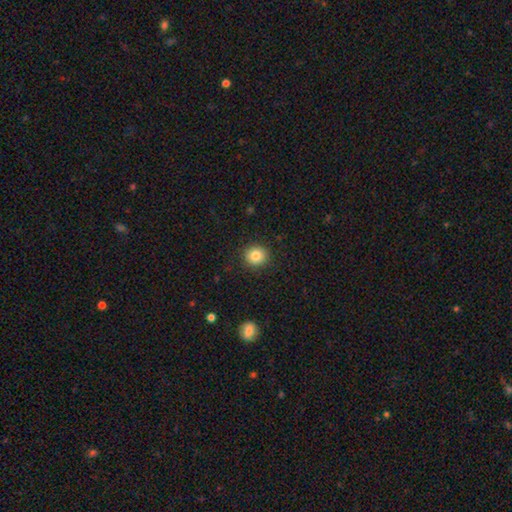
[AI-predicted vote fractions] This is clearly a smooth galaxy (84%). How rounded: clearly round (89%). Merging: clearly none (91%).